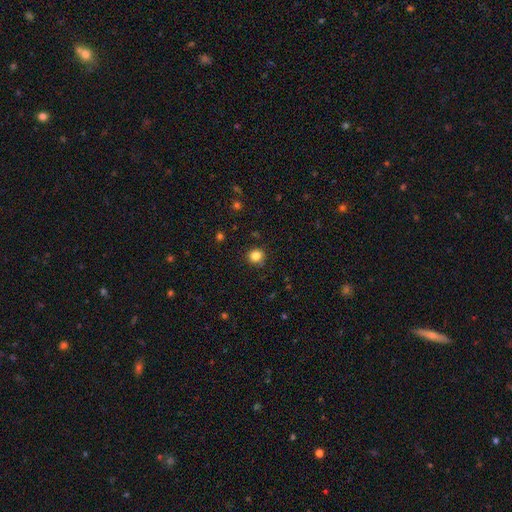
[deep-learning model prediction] Morphology: type=smooth (84%); roundness=round (88%); merging=none (88%).